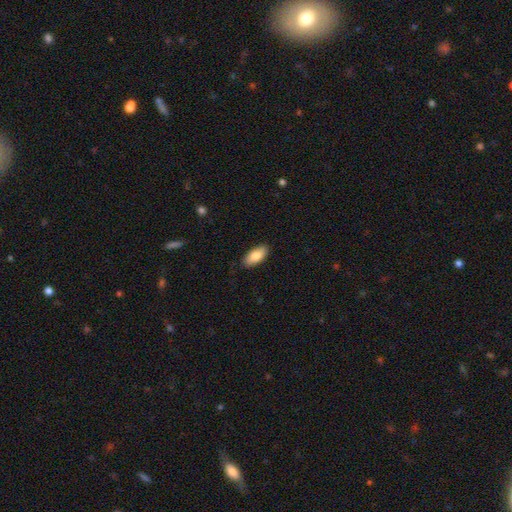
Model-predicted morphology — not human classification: type=smooth (84%); roundness=in between (90%); merging=none (87%).